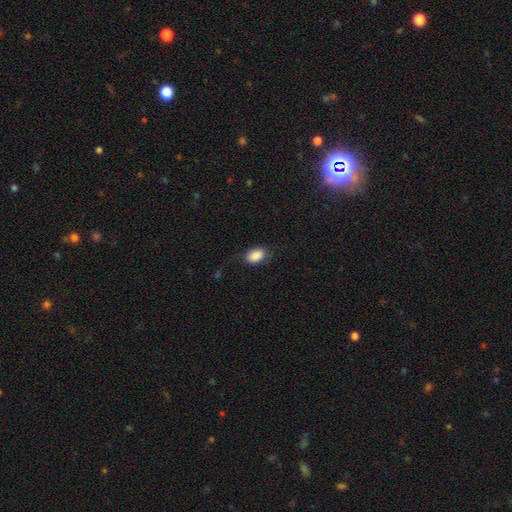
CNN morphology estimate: Smooth or featured? Predicted: smooth (p=0.86). How rounded? Predicted: in between (p=0.83). Merging? Predicted: none (p=0.70).